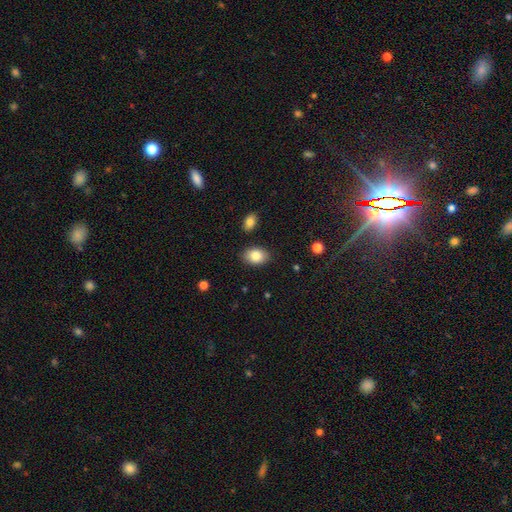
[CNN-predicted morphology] This is clearly a smooth galaxy (86%). How rounded: clearly in between (84%). Merging: clearly none (86%).